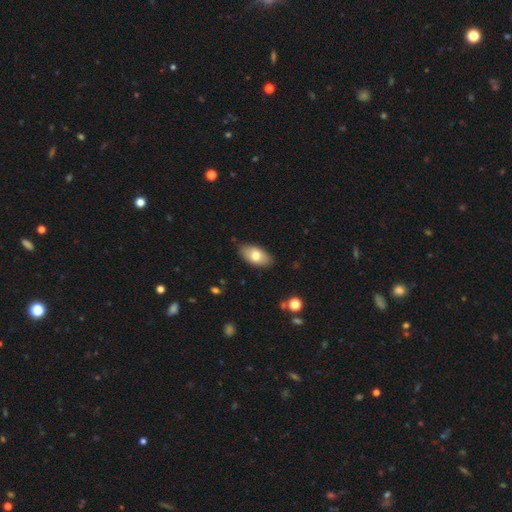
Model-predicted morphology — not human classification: A smooth galaxy with no disk features (74%) that is in between round and cigar-shaped (93%). Merging: none (84%).